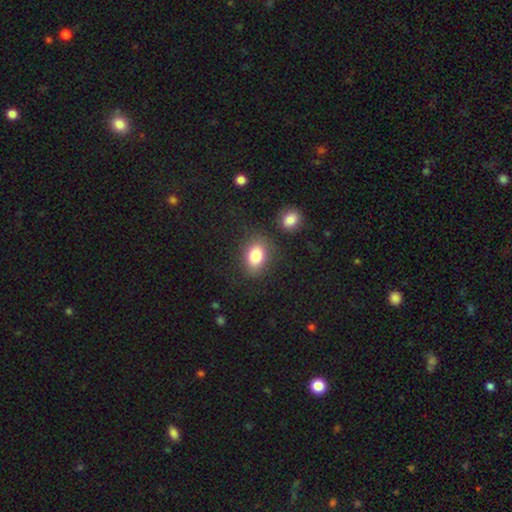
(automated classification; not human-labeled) smooth-or-featured: smooth: 83% | star or artifact: 9% | featured or disk: 8%
  how-rounded: in between: 71% | round: 28% | cigar-shaped: 1%
  merging: none: 75% | minor disturbance: 14% | merger: 6% | major disturbance: 5%